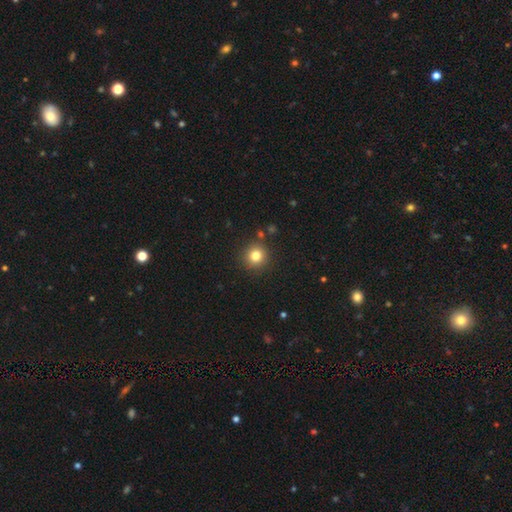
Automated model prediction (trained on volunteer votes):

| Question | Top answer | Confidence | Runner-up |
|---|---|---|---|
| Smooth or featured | smooth | 81% | star or artifact (13%) |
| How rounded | round | 93% | in between (6%) |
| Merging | none | 88% | minor disturbance (6%) |